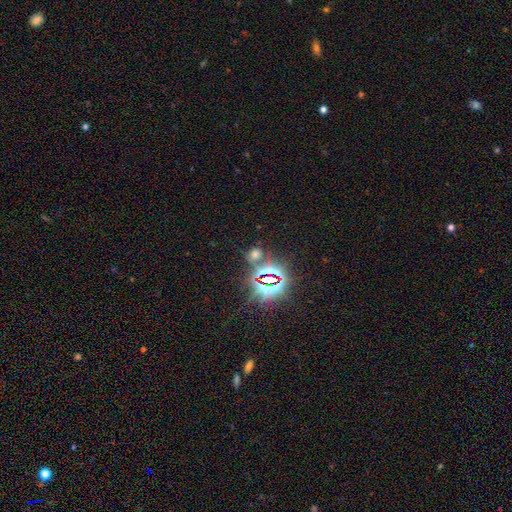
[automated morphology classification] Smooth or featured? star or artifact (75%)